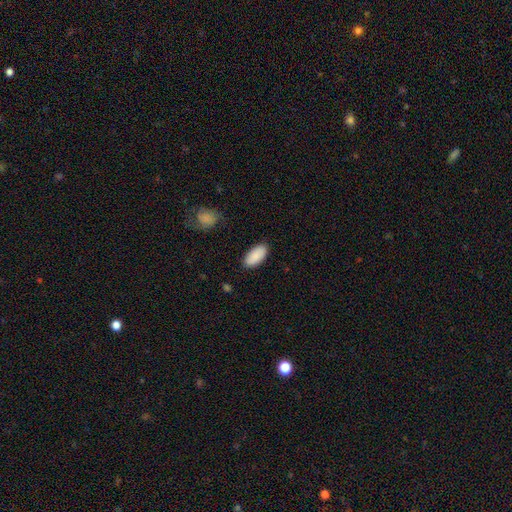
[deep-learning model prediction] smooth 89%, star or artifact 6%, featured or disk 5%. Down the decision tree: how rounded — in between (93%); merging — none (87%).